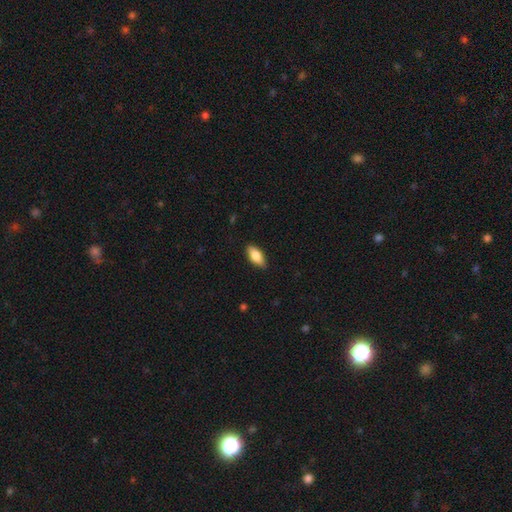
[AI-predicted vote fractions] Smooth or featured? smooth (78%)
How rounded? in between (85%)
Merging? none (87%)